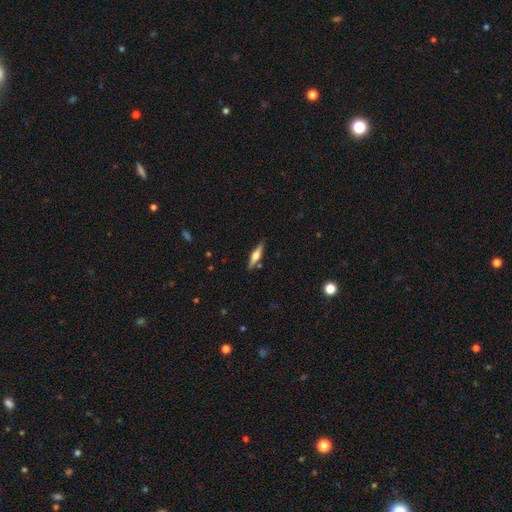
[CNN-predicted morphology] featured or disk 60%, smooth 34%, star or artifact 6%. Down the decision tree: edge-on disk — yes (96%); edge-on bulge — rounded (88%); merging — none (86%).